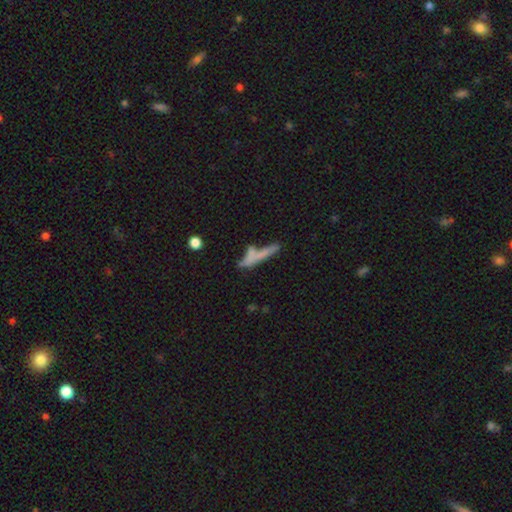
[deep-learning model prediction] Smooth or featured?
  - smooth: 57% *
  - featured or disk: 32%
  - star or artifact: 10%
How rounded?
  - cigar-shaped: 86% *
  - in between: 11%
  - round: 3%
Merging?
  - none: 45% *
  - merger: 29%
  - minor disturbance: 16%
  - major disturbance: 10%